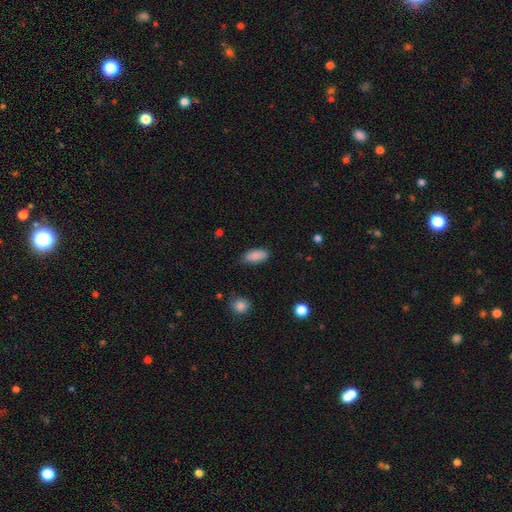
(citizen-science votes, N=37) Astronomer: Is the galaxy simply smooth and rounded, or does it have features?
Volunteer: smooth — 95%.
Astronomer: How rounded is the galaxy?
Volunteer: in between — 94%.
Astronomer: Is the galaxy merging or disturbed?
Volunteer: none — 92%.